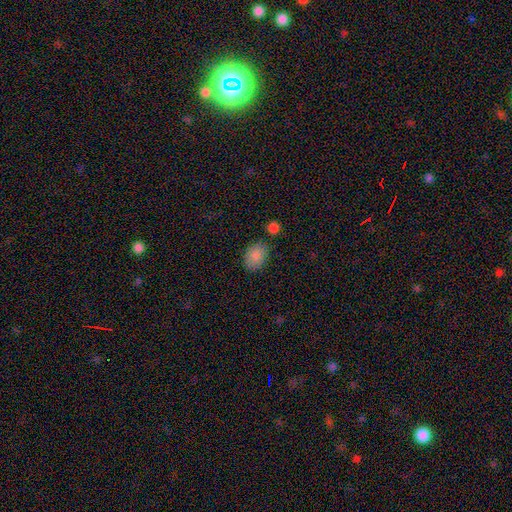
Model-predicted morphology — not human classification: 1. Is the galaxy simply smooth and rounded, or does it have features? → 86% smooth, 8% star or artifact, 6% featured or disk.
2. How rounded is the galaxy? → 76% in between, 23% round, 1% cigar-shaped.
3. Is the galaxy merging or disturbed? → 79% none, 13% minor disturbance, 5% merger, 3% major disturbance.